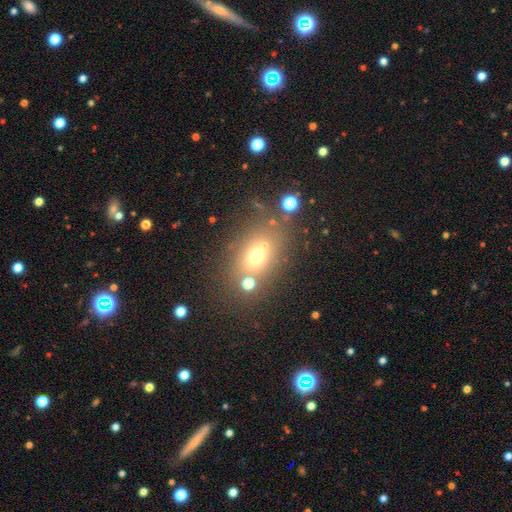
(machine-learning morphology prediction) type=smooth (63%); roundness=in between (56%); merging=none (63%).